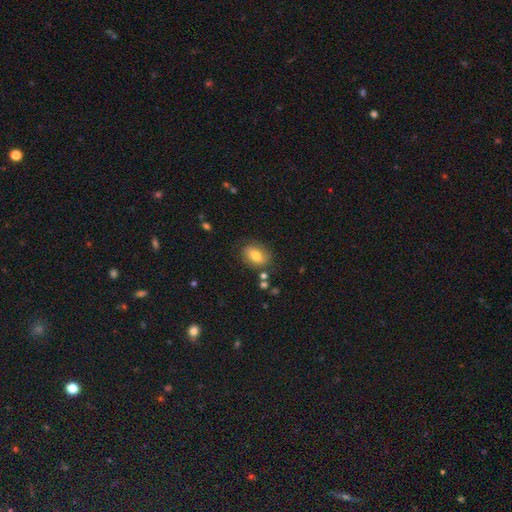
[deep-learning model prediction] A smooth galaxy with no disk features (73%) that is in between round and cigar-shaped (73%).

Vote fractions:
- Smooth or featured? smooth: 73% / featured or disk: 18% / star or artifact: 9%
- How rounded? in between: 73% / round: 26% / cigar-shaped: 2%
- Merging? none: 79% / minor disturbance: 14% / major disturbance: 4% / merger: 3%